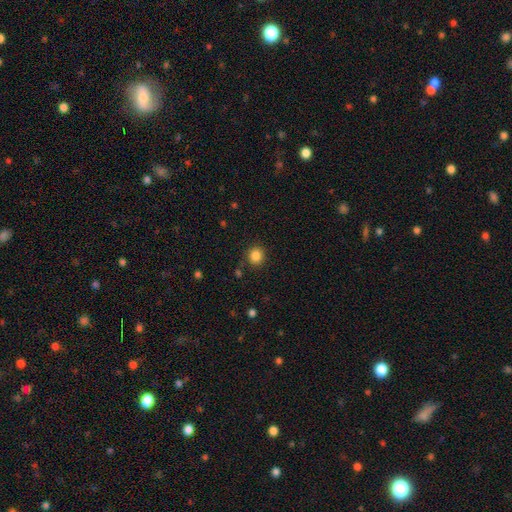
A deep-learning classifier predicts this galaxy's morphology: smooth_or_featured: smooth (p=0.85) [alt: star or artifact p=0.11]
how_rounded: round (p=0.88) [alt: in between p=0.11]
merging: none (p=0.87) [alt: minor disturbance p=0.08]